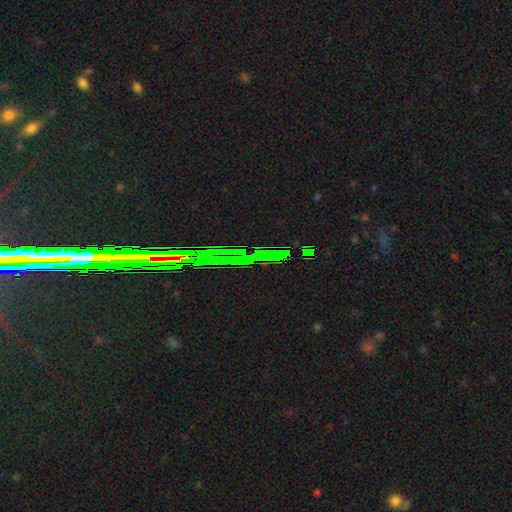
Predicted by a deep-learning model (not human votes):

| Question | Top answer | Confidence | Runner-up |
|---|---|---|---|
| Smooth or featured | star or artifact | 78% | featured or disk (12%) |